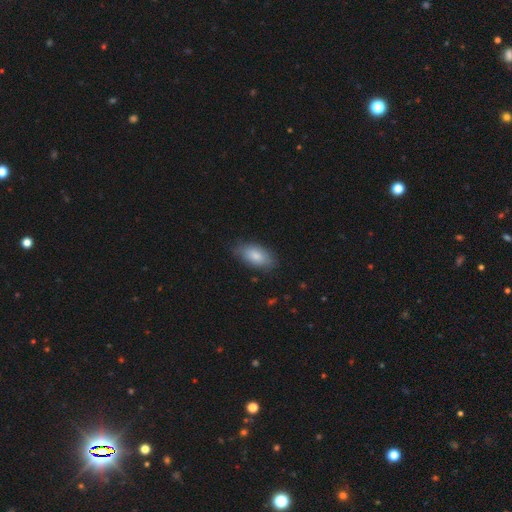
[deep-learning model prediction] smooth-or-featured: smooth: 84% | featured or disk: 10% | star or artifact: 6%
  how-rounded: in between: 92% | cigar-shaped: 4% | round: 3%
  merging: none: 78% | minor disturbance: 17% | major disturbance: 4% | merger: 1%